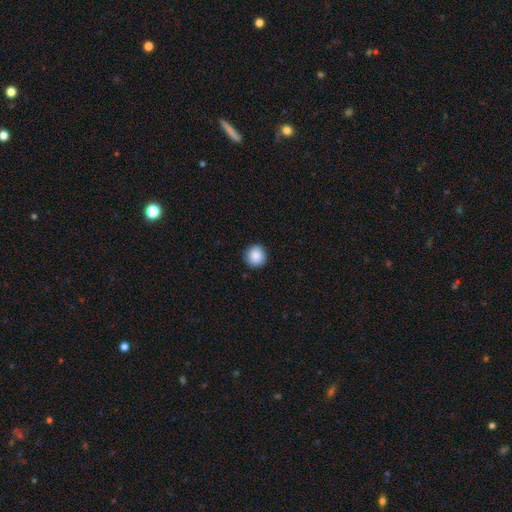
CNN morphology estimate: This appears to be a smooth galaxy with no disk features (88%) that is round (93%). Merging: none (89%).